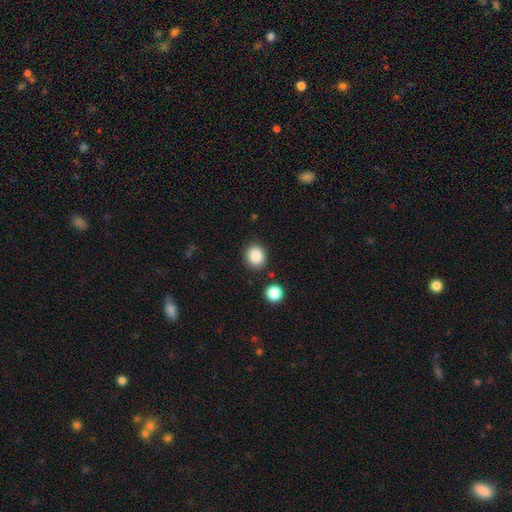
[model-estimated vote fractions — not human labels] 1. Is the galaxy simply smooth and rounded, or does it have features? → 86% smooth, 9% star or artifact, 5% featured or disk.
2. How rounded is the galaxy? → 72% round, 27% in between, 1% cigar-shaped.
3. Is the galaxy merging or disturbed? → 85% none, 8% minor disturbance, 4% merger, 3% major disturbance.